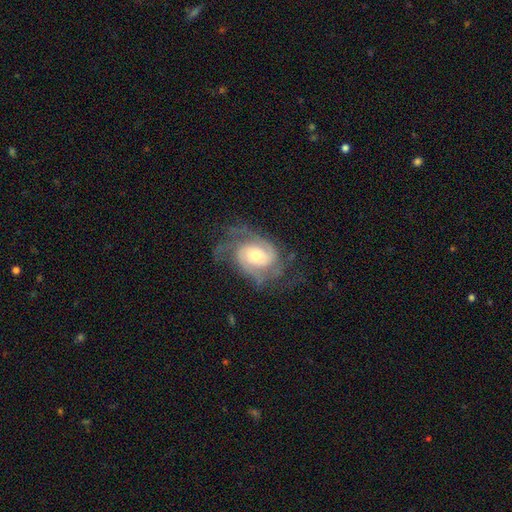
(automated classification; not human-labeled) A featured or disk galaxy (85%) with no bar (63%), 2 (44%) tight (43%, tied with medium) spiral arms (96%) and a moderate central bulge (56%). Merging: none (60%).